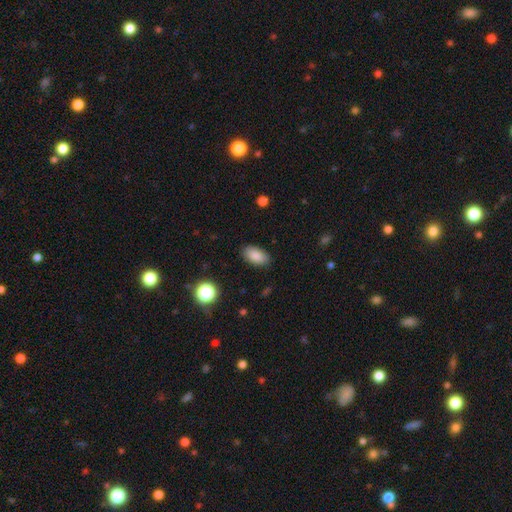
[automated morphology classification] A smooth galaxy with no disk features (86%) that is in between round and cigar-shaped (93%).

Vote fractions:
- Smooth or featured? smooth: 86% / star or artifact: 8% / featured or disk: 5%
- How rounded? in between: 93% / round: 5% / cigar-shaped: 2%
- Merging? none: 86% / minor disturbance: 11% / major disturbance: 3% / merger: 1%